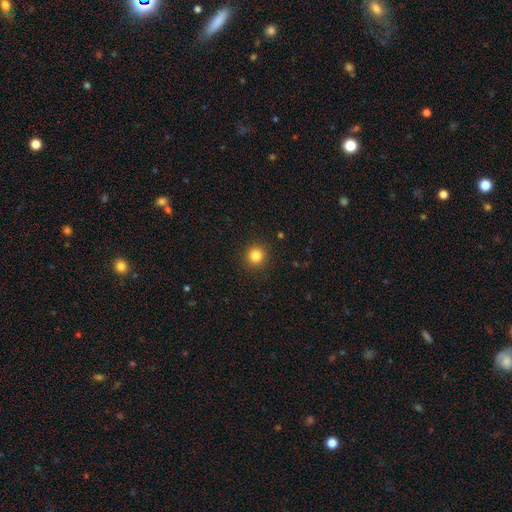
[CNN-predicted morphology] Smooth or featured: smooth — 84% (star or artifact — 12%)
How rounded: round — 94% (in between — 5%)
Merging: none — 91% (minor disturbance — 5%)